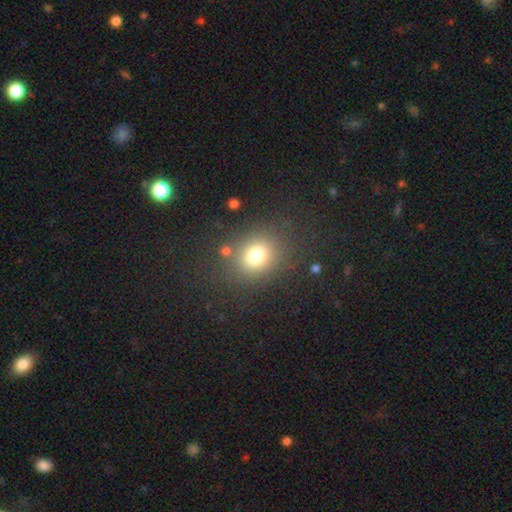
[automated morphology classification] A smooth galaxy with no disk features (76%) that is round (67%).

Vote fractions:
- Smooth or featured? smooth: 76% / star or artifact: 15% / featured or disk: 9%
- How rounded? round: 67% / in between: 31% / cigar-shaped: 1%
- Merging? none: 79% / minor disturbance: 11% / major disturbance: 6% / merger: 4%